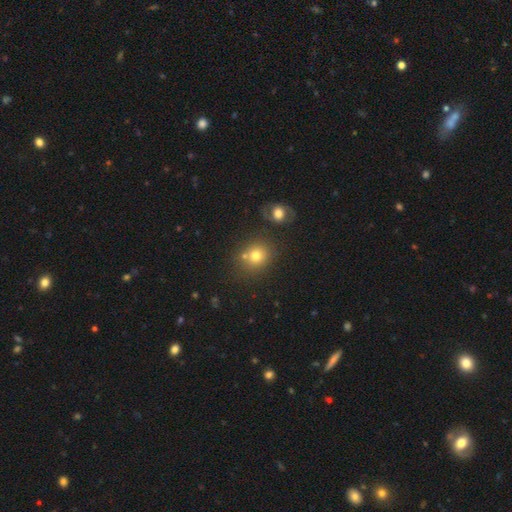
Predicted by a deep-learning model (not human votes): Smooth or featured? smooth (74%)
How rounded? round (75%)
Merging? none (68%)